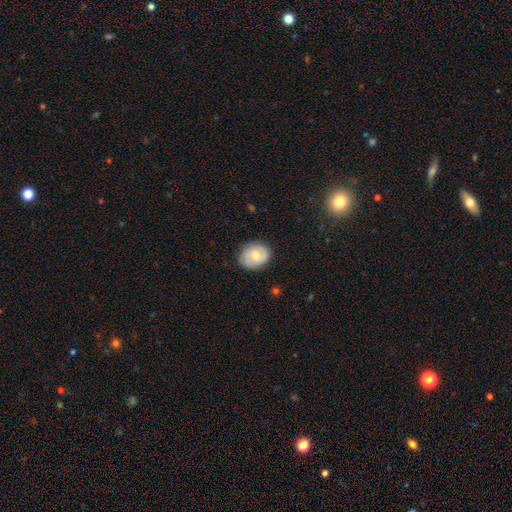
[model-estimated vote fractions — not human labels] A smooth galaxy with no disk features (52%) that is round (60%). Merging: none (83%).